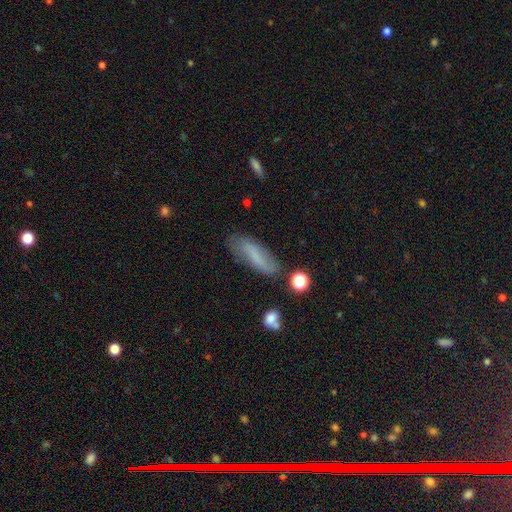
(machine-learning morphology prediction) The model was most divided on "how rounded": in between: 53%, cigar-shaped: 45%, round: 3%. More confident: merging — none (72%); smooth or featured — smooth (64%).